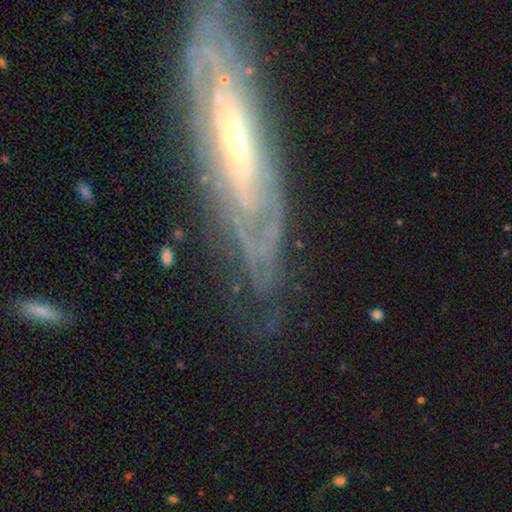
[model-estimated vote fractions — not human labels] Smooth or featured? Predicted: featured or disk (p=0.78). Edge-on disk? Predicted: no (p=0.71). Bar? Predicted: no (p=0.56). Spiral arms? Predicted: yes (p=0.77). Bulge size? Predicted: small (p=0.46). Merging? Predicted: none (p=0.63).